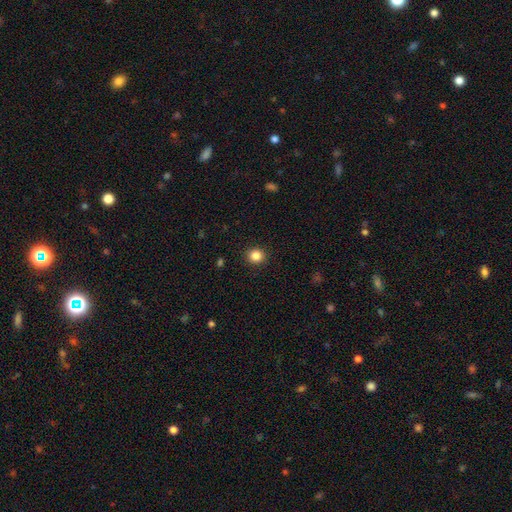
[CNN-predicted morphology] smooth 85%, star or artifact 11%, featured or disk 4%. Down the decision tree: how rounded — round (87%); merging — none (92%).